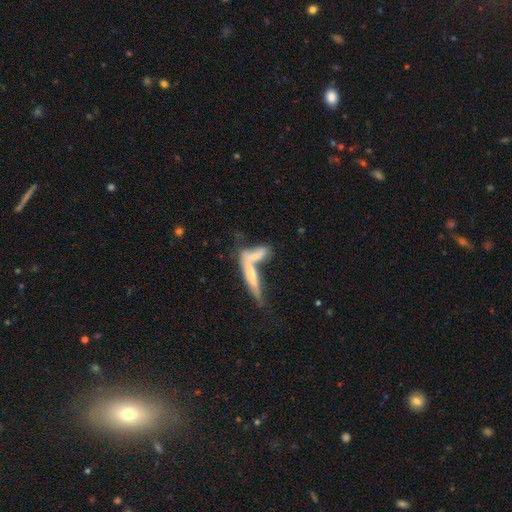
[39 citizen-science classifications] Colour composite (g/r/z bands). It shows a smooth galaxy with no disk features (56%) that is cigar-shaped (55%). Merging: merger (54%).